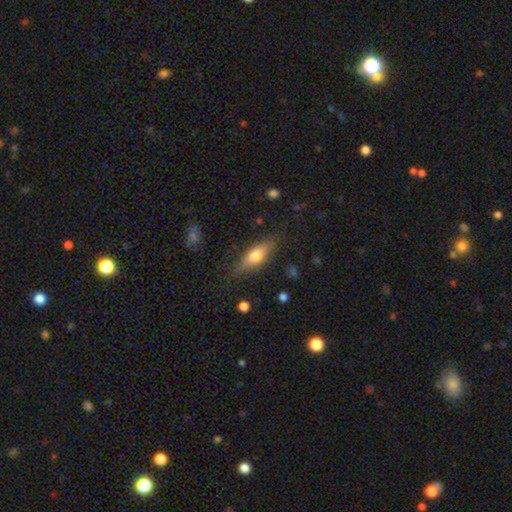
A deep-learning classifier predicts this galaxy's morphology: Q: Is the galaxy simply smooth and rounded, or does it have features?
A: smooth — 57%.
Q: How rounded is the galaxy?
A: in between — 56%.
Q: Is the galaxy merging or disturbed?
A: none — 80%.